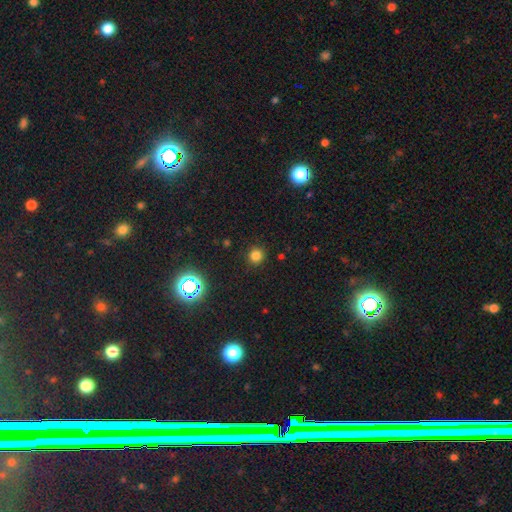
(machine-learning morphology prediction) smooth 78%, star or artifact 18%, featured or disk 4%. Down the decision tree: how rounded — round (94%); merging — none (90%).